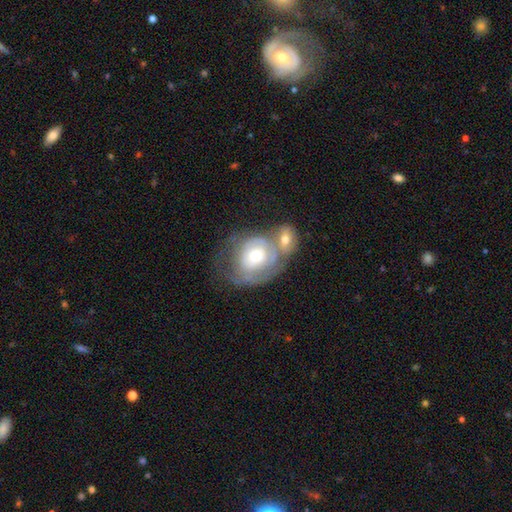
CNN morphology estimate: A featured or disk galaxy (55%) with no bar (82%), no spiral arms (52%) and a moderate central bulge (62%).

Vote fractions:
- Smooth or featured? featured or disk: 55% / smooth: 38% / star or artifact: 7%
- Edge-on disk? no: 96% / yes: 4%
- Bar? no: 82% / weak: 15% / strong: 4%
- Spiral arms? no: 52% / yes: 48%
- Bulge size? moderate: 62% / small: 25% / large: 10% / dominant: 2% / none: 1%
- Merging? merger: 50% / none: 22% / major disturbance: 14% / minor disturbance: 14%